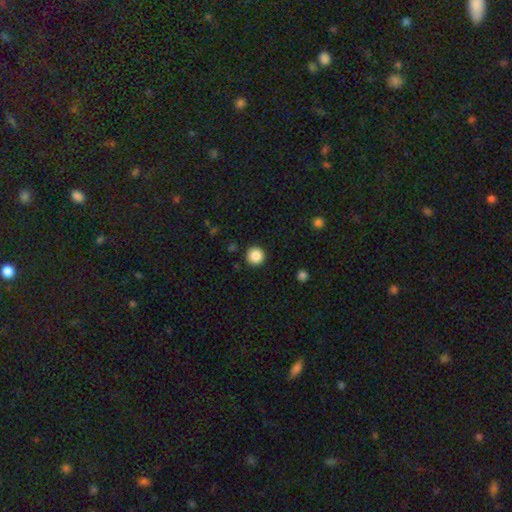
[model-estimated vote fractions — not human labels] The model was most divided on "smooth or featured": smooth: 87%, star or artifact: 10%, featured or disk: 3%. More confident: how rounded — round (96%); merging — none (92%).